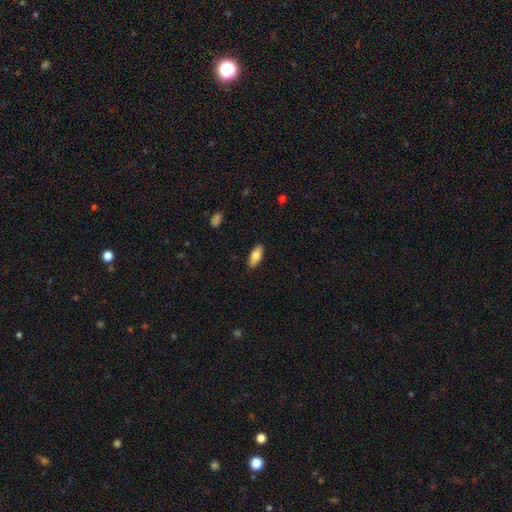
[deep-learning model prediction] Q: Smooth or featured?
A: smooth (75%); runner-up: featured or disk (19%)
Q: How rounded?
A: in between (79%); runner-up: cigar-shaped (18%)
Q: Merging?
A: none (88%); runner-up: minor disturbance (9%)